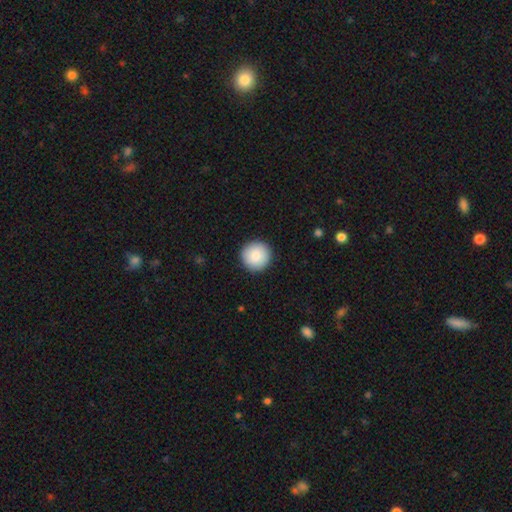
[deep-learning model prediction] Overall: smooth (88%). How rounded: round (96%). Merging: none (93%).